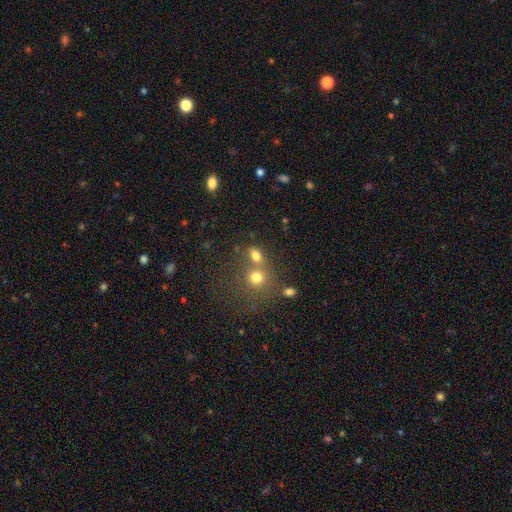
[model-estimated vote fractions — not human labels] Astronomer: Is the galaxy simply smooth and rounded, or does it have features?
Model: smooth — 75%.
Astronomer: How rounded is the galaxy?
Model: in between — 58% (runner-up: round, 40%).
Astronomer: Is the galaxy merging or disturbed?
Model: none — 46% (runner-up: merger, 40%).